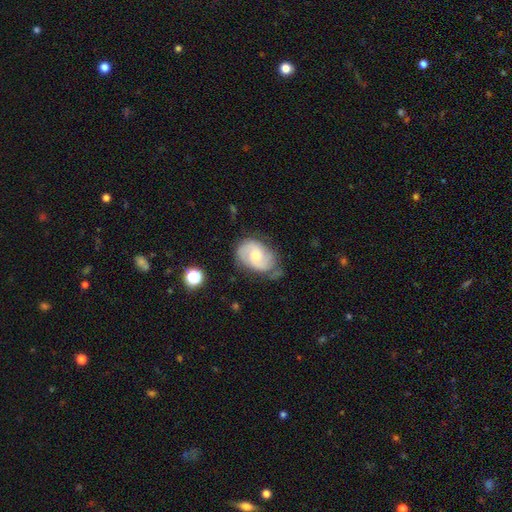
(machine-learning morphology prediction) Smooth or featured: featured or disk — 61% (smooth — 32%)
Edge-on disk: no — 96% (yes — 4%)
Bar: no — 59% (weak — 35%)
Spiral arms: yes — 86% (no — 14%)
Bulge size: moderate — 58% (small — 36%)
Merging: none — 53% (minor disturbance — 31%)